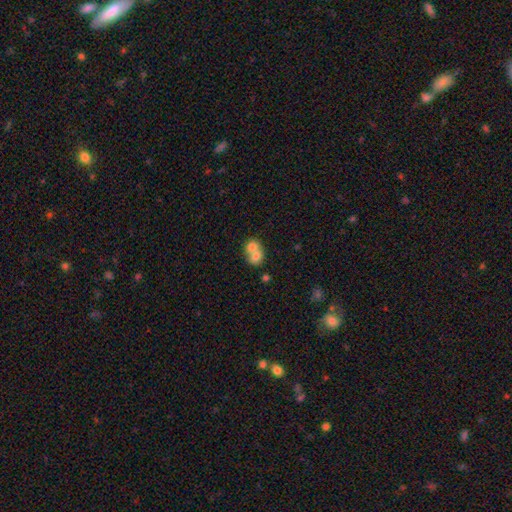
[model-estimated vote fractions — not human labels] Smooth or featured: smooth — 70% (featured or disk — 21%)
How rounded: round — 55% (in between — 44%)
Merging: merger — 72% (none — 20%)